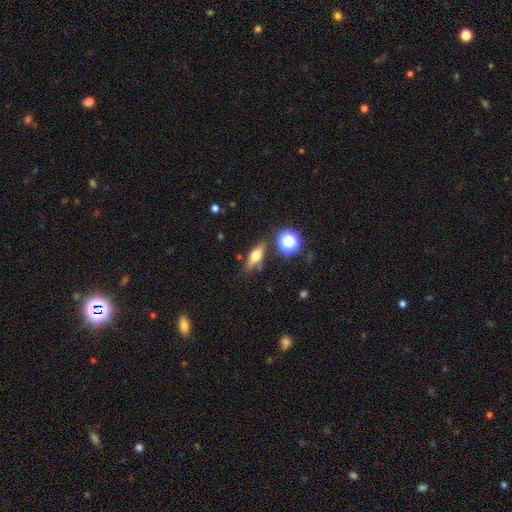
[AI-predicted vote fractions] smooth_or_featured: smooth (p=0.45) [alt: featured or disk p=0.43]
merging: none (p=0.76) [alt: minor disturbance p=0.14]